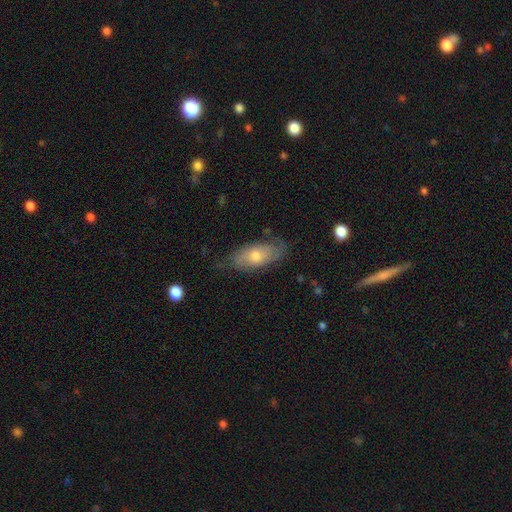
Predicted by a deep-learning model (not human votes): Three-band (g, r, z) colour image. It shows a smooth galaxy with no disk features (52%) that is in between round and cigar-shaped (84%). Merging: none (71%).